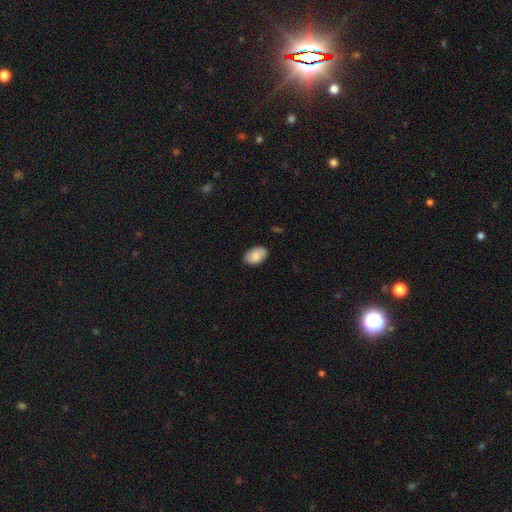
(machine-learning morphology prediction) This appears to be a smooth galaxy with no disk features (85%) that is in between round and cigar-shaped (90%). Merging: none (82%).